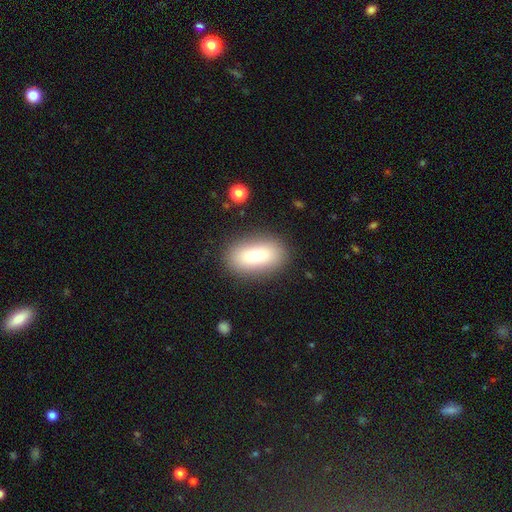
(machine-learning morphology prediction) Q: Smooth or featured?
A: smooth (80%); runner-up: featured or disk (11%)
Q: How rounded?
A: in between (89%); runner-up: round (7%)
Q: Merging?
A: none (86%); runner-up: minor disturbance (9%)